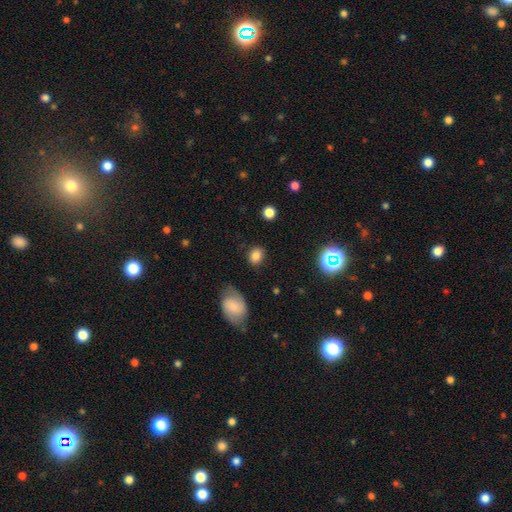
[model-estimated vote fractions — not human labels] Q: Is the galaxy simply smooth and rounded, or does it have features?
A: smooth — 82%.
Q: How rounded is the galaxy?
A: in between — 50%.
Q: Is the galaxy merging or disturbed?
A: none — 80%.